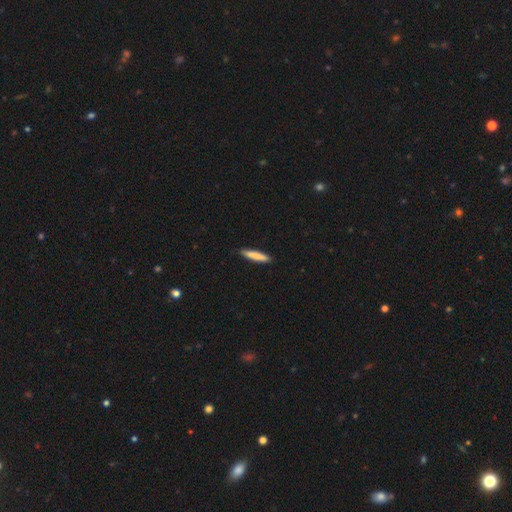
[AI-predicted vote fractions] smooth_or_featured: smooth (p=0.81) [alt: featured or disk p=0.14]
how_rounded: cigar-shaped (p=0.92) [alt: in between p=0.07]
merging: none (p=0.89) [alt: minor disturbance p=0.08]